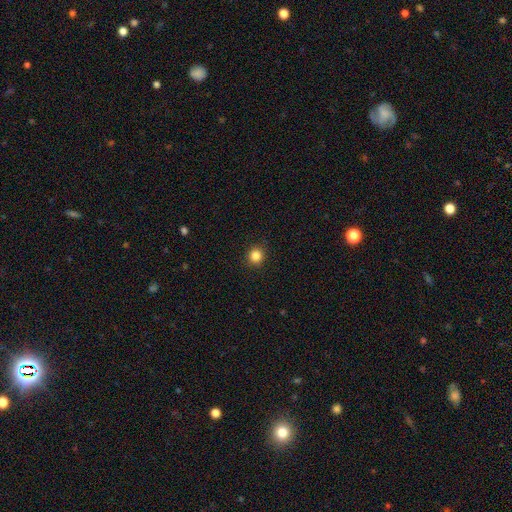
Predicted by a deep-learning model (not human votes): This is clearly a smooth galaxy (85%). How rounded: clearly round (93%). Merging: clearly none (92%).